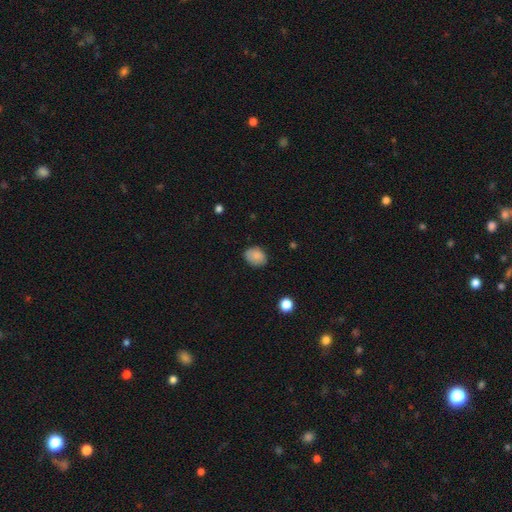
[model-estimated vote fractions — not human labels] The model was most divided on "how rounded": in between: 57%, round: 42%, cigar-shaped: 1%. More confident: smooth or featured — smooth (84%); merging — none (80%).